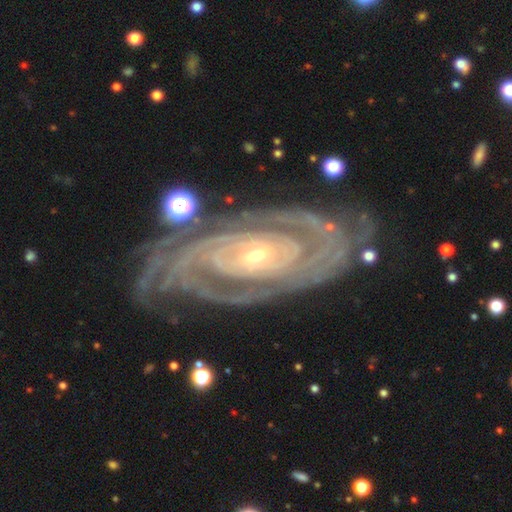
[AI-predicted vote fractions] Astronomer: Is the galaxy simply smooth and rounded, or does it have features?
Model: featured or disk — 91%.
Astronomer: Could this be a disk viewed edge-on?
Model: no — 95%.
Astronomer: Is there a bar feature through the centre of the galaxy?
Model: no — 65%.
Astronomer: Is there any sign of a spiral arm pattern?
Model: yes — 97%.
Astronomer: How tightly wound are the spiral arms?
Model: tight — 80%.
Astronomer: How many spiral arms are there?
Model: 2 — 30% (runner-up: can't tell, 22%).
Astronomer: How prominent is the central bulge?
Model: small — 74%.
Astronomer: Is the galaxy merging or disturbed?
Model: none — 76%.